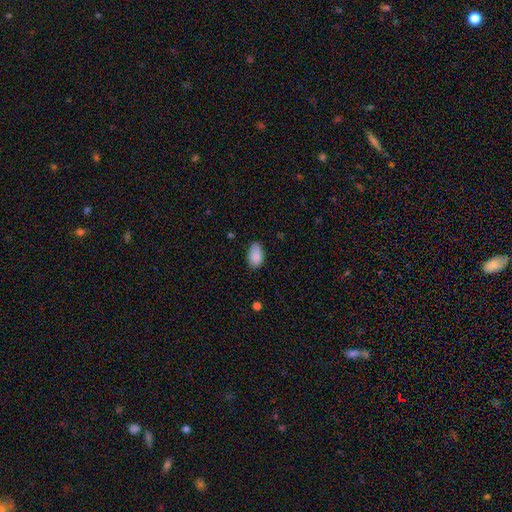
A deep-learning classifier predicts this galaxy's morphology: The model was most divided on "merging": none: 74%, minor disturbance: 22%, major disturbance: 4%, merger: 1%. More confident: how rounded — in between (92%); smooth or featured — smooth (89%).